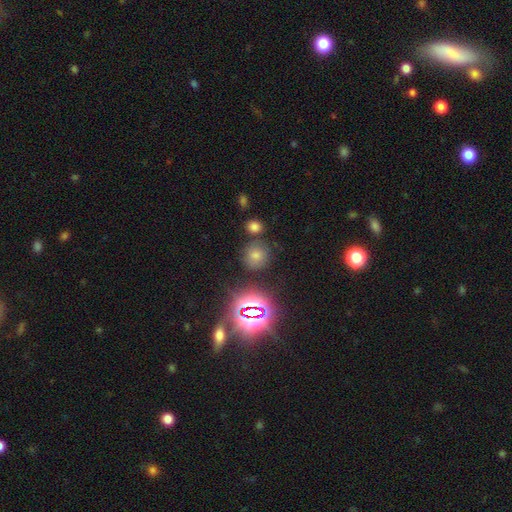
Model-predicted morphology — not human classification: This appears to be a smooth galaxy with no disk features (47%). Merging: none (80%).